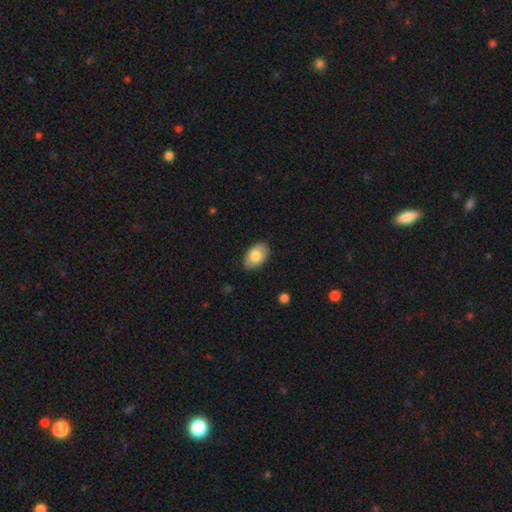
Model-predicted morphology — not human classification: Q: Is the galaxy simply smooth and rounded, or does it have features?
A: smooth — 77%.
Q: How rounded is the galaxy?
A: in between — 90%.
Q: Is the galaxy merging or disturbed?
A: none — 83%.